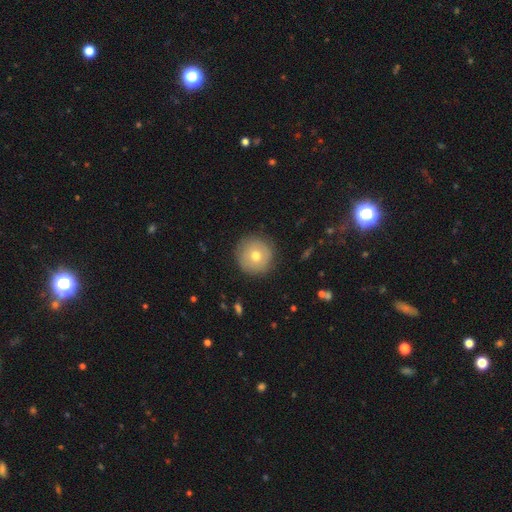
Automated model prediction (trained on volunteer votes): Smooth or featured: smooth — 66% (featured or disk — 25%)
How rounded: round — 95% (in between — 4%)
Merging: none — 86% (minor disturbance — 10%)